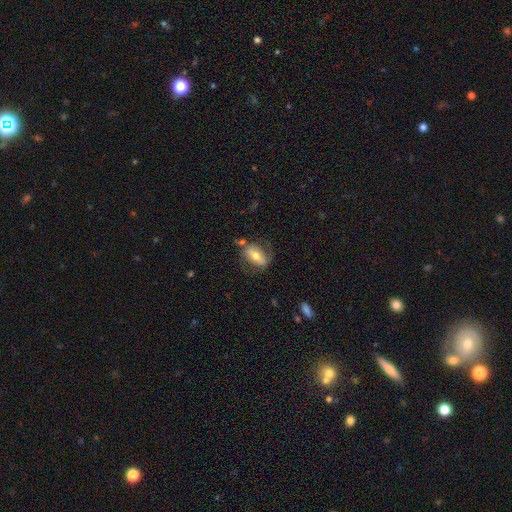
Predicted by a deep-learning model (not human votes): Q: Smooth or featured?
A: featured or disk (48%); runner-up: smooth (44%)
Q: Merging?
A: none (58%); runner-up: minor disturbance (22%)